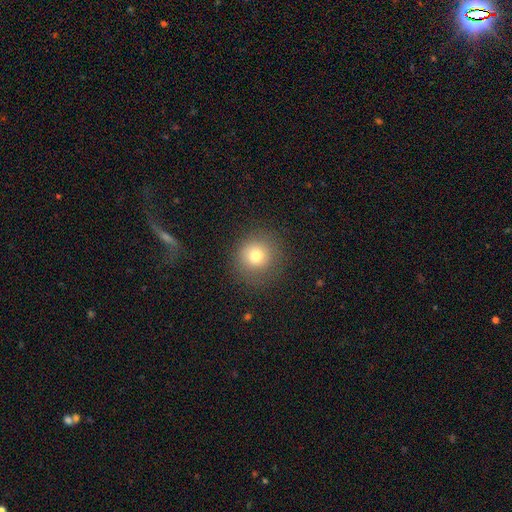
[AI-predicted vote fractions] smooth 77%, star or artifact 13%, featured or disk 11%. Down the decision tree: how rounded — round (92%); merging — none (85%).